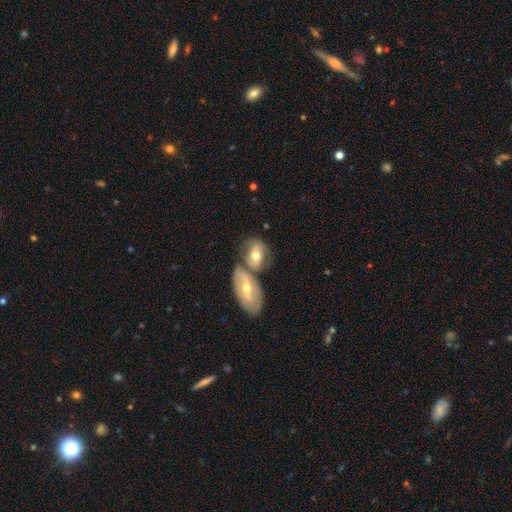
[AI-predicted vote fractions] This appears to be a smooth galaxy with no disk features (53%) that is in between round and cigar-shaped (72%). Merging: merger (43%).